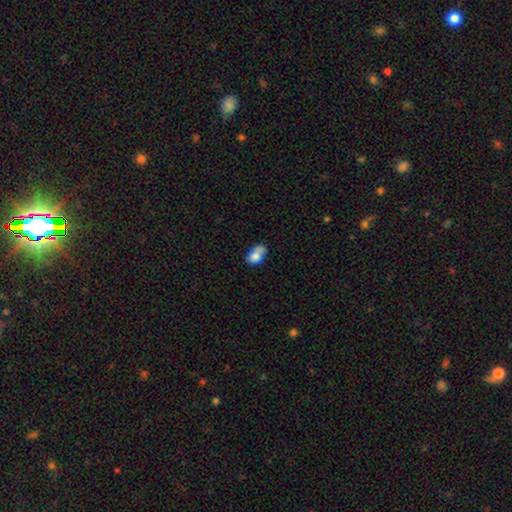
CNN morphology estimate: Smooth or featured? smooth (76%)
How rounded? in between (87%)
Merging? none (36%)